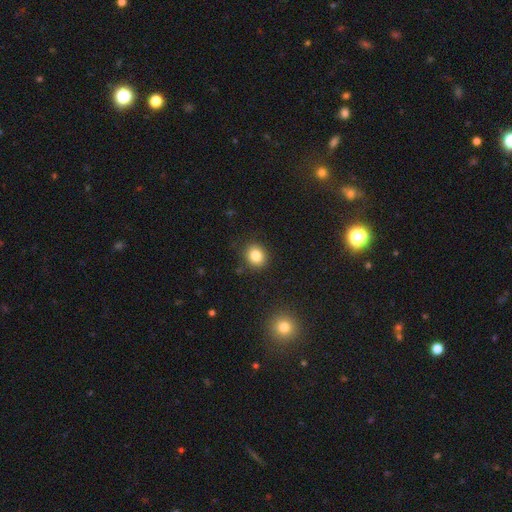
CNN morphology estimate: A smooth galaxy with no disk features (83%) that is round (74%).

Vote fractions:
- Smooth or featured? smooth: 83% / star or artifact: 11% / featured or disk: 6%
- How rounded? round: 74% / in between: 25% / cigar-shaped: 1%
- Merging? none: 88% / minor disturbance: 8% / major disturbance: 2% / merger: 1%